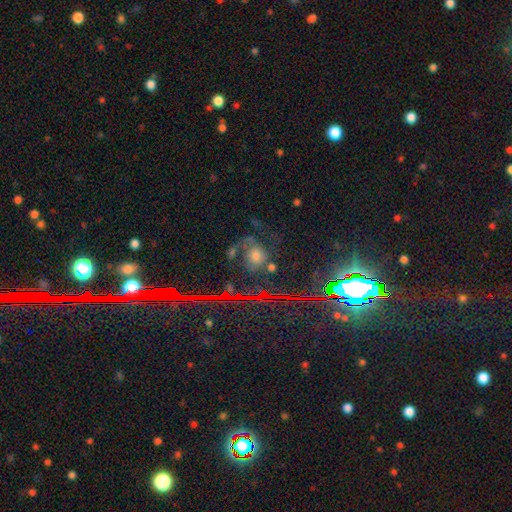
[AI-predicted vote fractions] This appears to be a featured or disk galaxy (46%). Merging: none (48%).